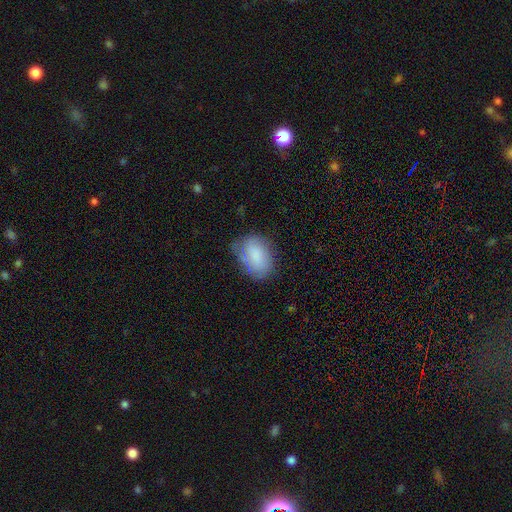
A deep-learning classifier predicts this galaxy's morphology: Overall: smooth (78%). How rounded: in between (82%). Merging: none (57%; minor disturbance 32%).